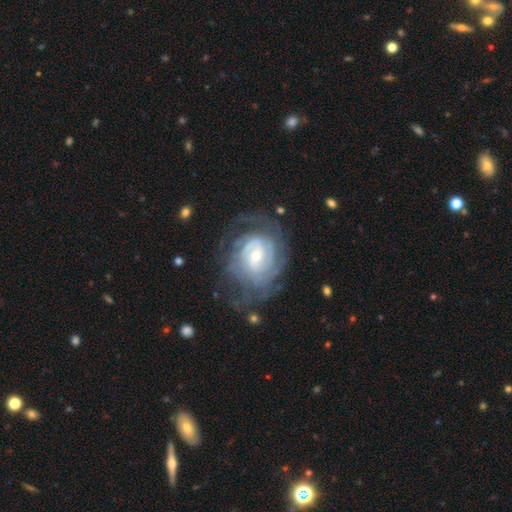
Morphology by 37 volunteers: Volunteers were most divided on "bar" (2-way tie): weak: 41%, no: 41%, strong: 18%; "bulge size" (2-way tie): moderate: 47%, small: 47%, large: 6%, dominant: 0%, none: 0%. Remaining: spiral arms — yes (100%); smooth or featured — featured or disk (97%); edge-on disk — no (94%); spiral winding — tight (91%); merging — none (51%); spiral arm count — can't tell (38%).